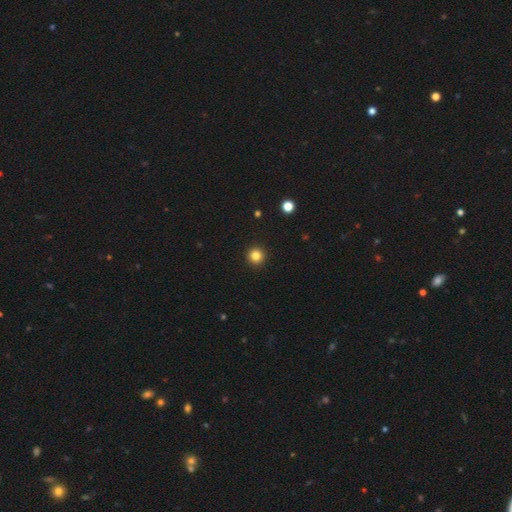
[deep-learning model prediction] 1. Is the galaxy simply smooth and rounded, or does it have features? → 83% smooth, 12% star or artifact, 5% featured or disk.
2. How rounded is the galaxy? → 96% round, 3% in between, 1% cigar-shaped.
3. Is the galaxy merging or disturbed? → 94% none, 4% minor disturbance, 1% major disturbance, 1% merger.